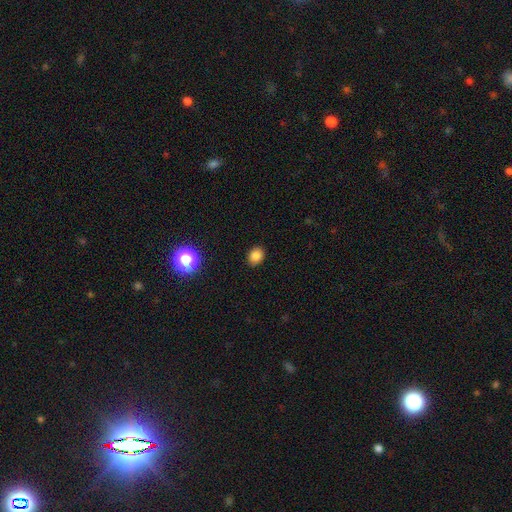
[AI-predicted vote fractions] The model was most divided on "how rounded": in between: 51%, round: 49%, cigar-shaped: 1%. More confident: merging — none (89%); smooth or featured — smooth (83%).